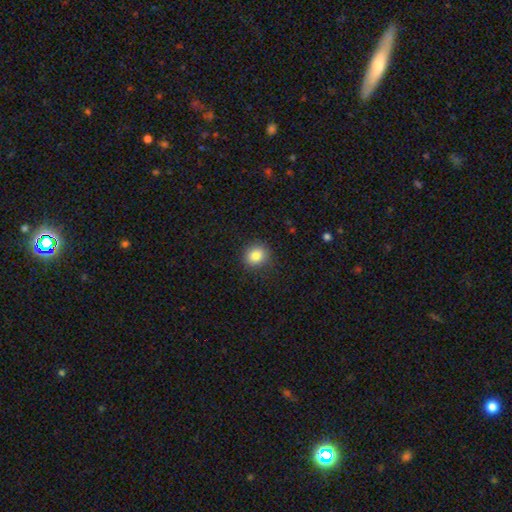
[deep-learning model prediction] smooth 84%, star or artifact 10%, featured or disk 6%. Down the decision tree: how rounded — round (85%); merging — none (89%).